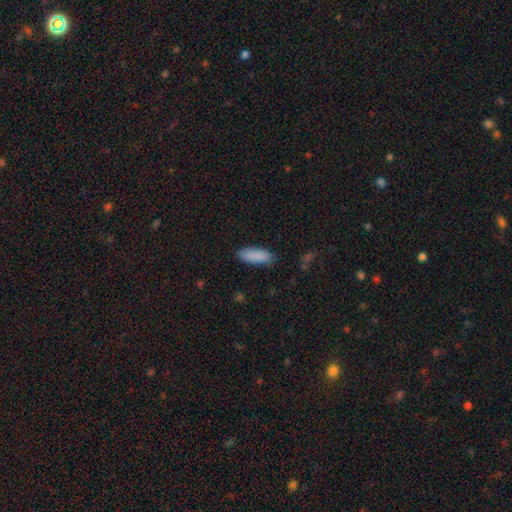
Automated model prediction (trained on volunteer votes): smooth 89%, star or artifact 6%, featured or disk 4%. Down the decision tree: how rounded — in between (66%); merging — none (85%).